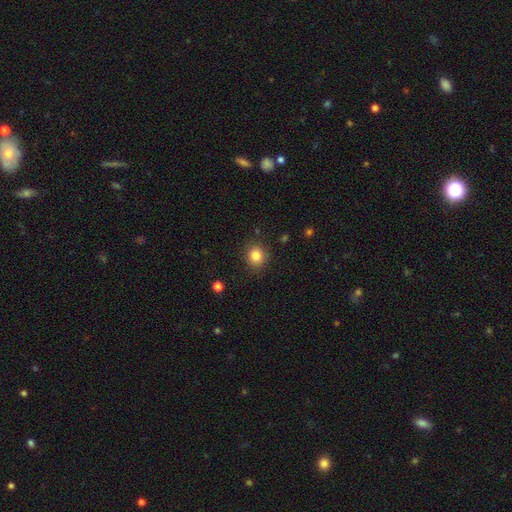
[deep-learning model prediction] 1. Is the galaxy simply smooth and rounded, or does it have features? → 83% smooth, 11% star or artifact, 6% featured or disk.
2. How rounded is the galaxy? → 84% round, 15% in between, 1% cigar-shaped.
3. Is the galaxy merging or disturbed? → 88% none, 8% minor disturbance, 2% major disturbance, 1% merger.